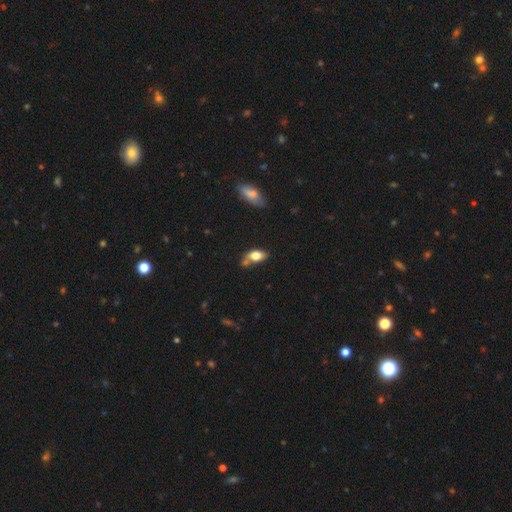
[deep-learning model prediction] Smooth or featured? smooth (77%)
How rounded? in between (87%)
Merging? none (50%)